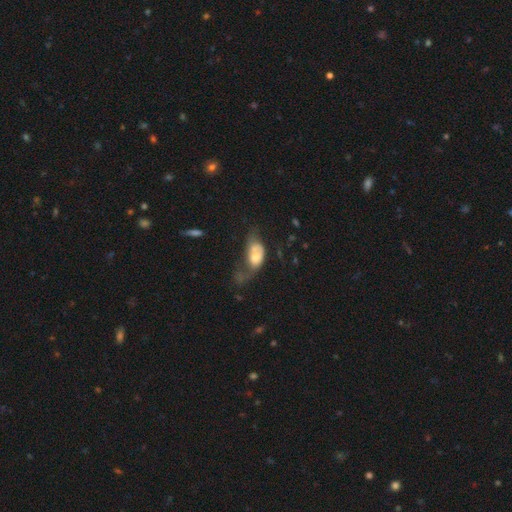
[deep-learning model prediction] Smooth or featured?
  - smooth: 56% *
  - featured or disk: 36%
  - star or artifact: 9%
How rounded?
  - in between: 85% *
  - round: 12%
  - cigar-shaped: 4%
Merging?
  - major disturbance: 41% *
  - merger: 27%
  - minor disturbance: 17%
  - none: 15%